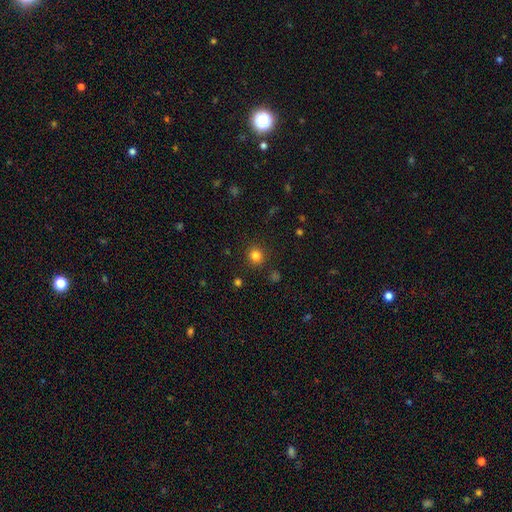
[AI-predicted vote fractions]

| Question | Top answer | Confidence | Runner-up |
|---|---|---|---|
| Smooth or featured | smooth | 82% | star or artifact (14%) |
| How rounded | round | 89% | in between (10%) |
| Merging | none | 89% | minor disturbance (6%) |